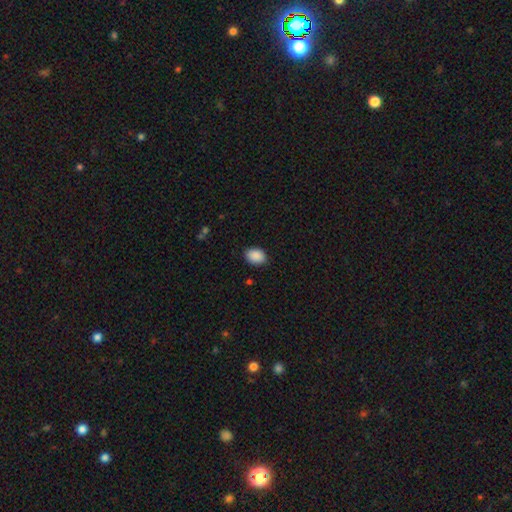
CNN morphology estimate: Q: Smooth or featured?
A: smooth (90%); runner-up: star or artifact (7%)
Q: How rounded?
A: in between (74%); runner-up: round (25%)
Q: Merging?
A: none (87%); runner-up: minor disturbance (9%)